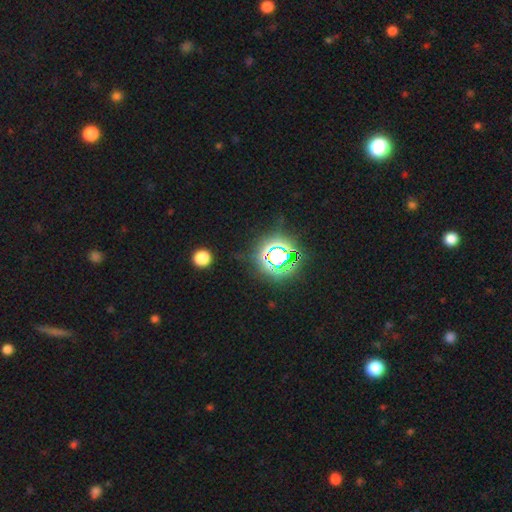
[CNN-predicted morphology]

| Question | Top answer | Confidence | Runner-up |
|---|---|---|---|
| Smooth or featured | star or artifact | 76% | smooth (15%) |